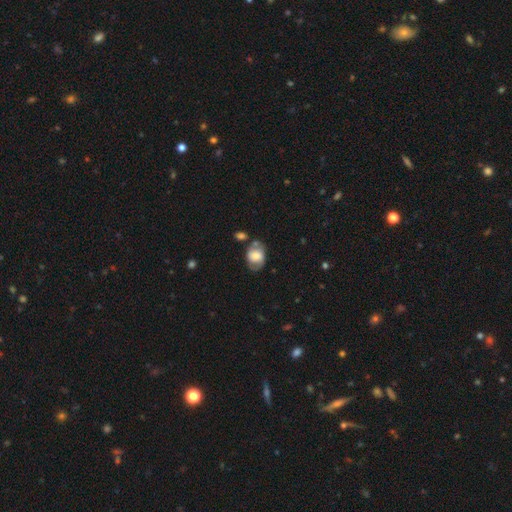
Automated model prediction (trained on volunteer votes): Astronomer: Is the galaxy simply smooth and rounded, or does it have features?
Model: smooth — 55% (runner-up: featured or disk, 37%).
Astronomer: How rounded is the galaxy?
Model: in between — 65%.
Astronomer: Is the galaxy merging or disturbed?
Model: none — 49% (runner-up: minor disturbance, 24%).